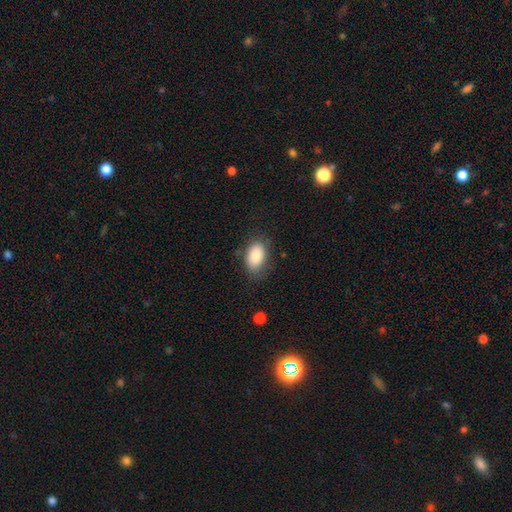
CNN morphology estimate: Q: Smooth or featured?
A: smooth (87%); runner-up: star or artifact (7%)
Q: How rounded?
A: in between (90%); runner-up: round (8%)
Q: Merging?
A: none (76%); runner-up: minor disturbance (17%)